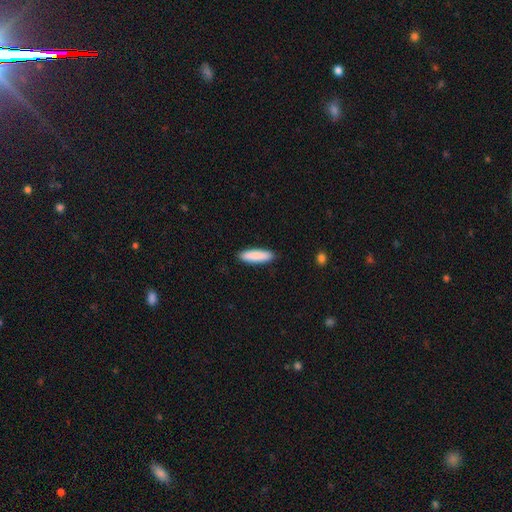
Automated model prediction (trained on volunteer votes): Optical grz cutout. It shows a smooth galaxy with no disk features (89%) that is cigar-shaped (64%). Merging: none (90%).